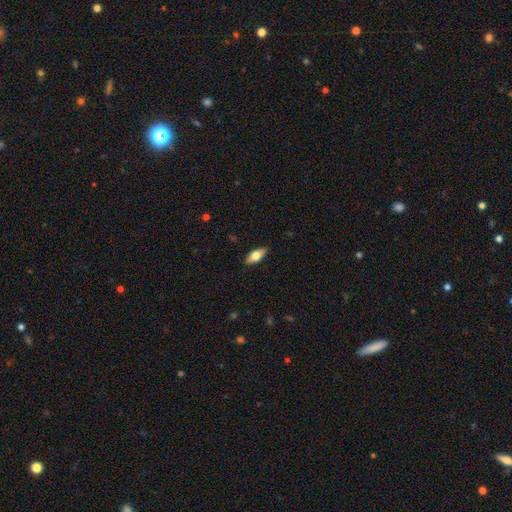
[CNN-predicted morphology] smooth 70%, featured or disk 24%, star or artifact 6%. Down the decision tree: how rounded — in between (83%); merging — none (88%).